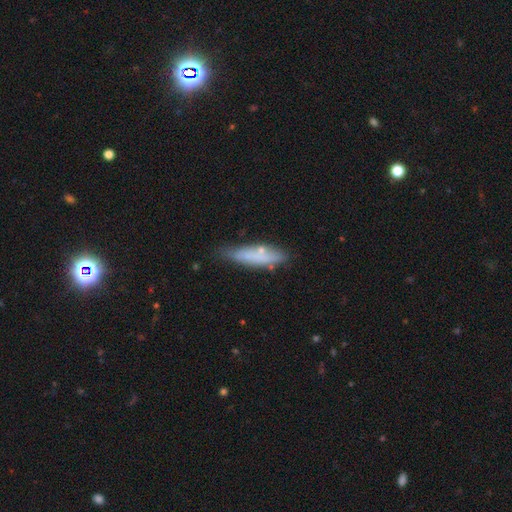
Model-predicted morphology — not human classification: smooth-or-featured: smooth: 62% | featured or disk: 30% | star or artifact: 8%
  how-rounded: cigar-shaped: 69% | in between: 29% | round: 2%
  merging: none: 65% | minor disturbance: 23% | major disturbance: 6% | merger: 5%